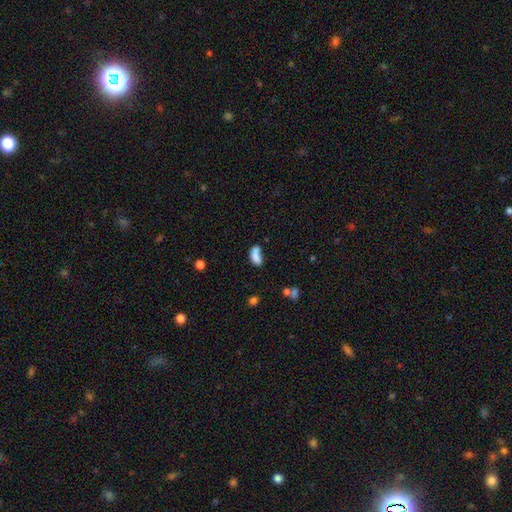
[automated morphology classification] Q: Smooth or featured?
A: smooth (76%); runner-up: featured or disk (13%)
Q: How rounded?
A: in between (86%); runner-up: cigar-shaped (7%)
Q: Merging?
A: none (34%); runner-up: merger (26%)